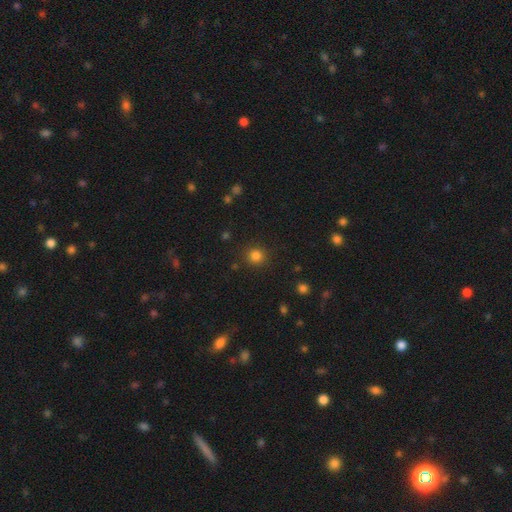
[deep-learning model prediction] A smooth galaxy with no disk features (82%) that is round (91%).

Vote fractions:
- Smooth or featured? smooth: 82% / star or artifact: 14% / featured or disk: 4%
- How rounded? round: 91% / in between: 8% / cigar-shaped: 1%
- Merging? none: 89% / minor disturbance: 7% / major disturbance: 3% / merger: 2%